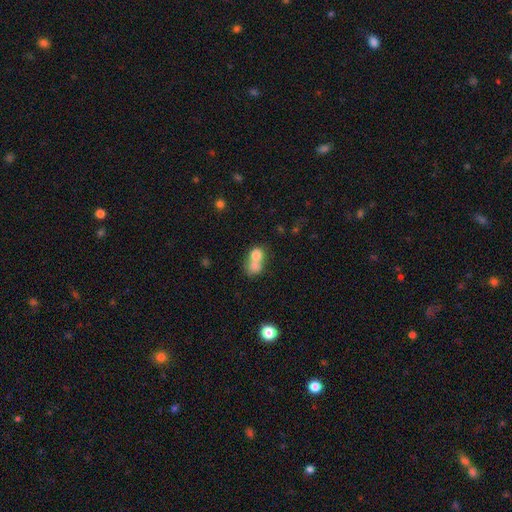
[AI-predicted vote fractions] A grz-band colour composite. It shows a smooth galaxy with no disk features (74%) that is round (59%). Merging: merger (71%).